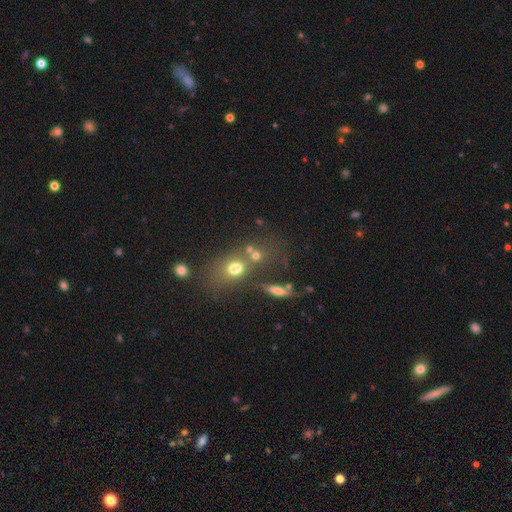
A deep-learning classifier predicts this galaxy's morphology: Smooth or featured: smooth — 62% (star or artifact — 21%)
How rounded: round — 60% (in between — 36%)
Merging: merger — 41% (none — 39%)